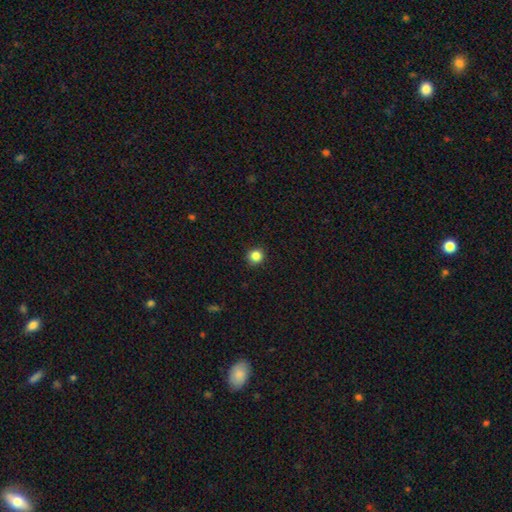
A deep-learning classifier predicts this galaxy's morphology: smooth_or_featured: smooth (p=0.85) [alt: star or artifact p=0.11]
how_rounded: round (p=0.92) [alt: in between p=0.07]
merging: none (p=0.92) [alt: minor disturbance p=0.05]